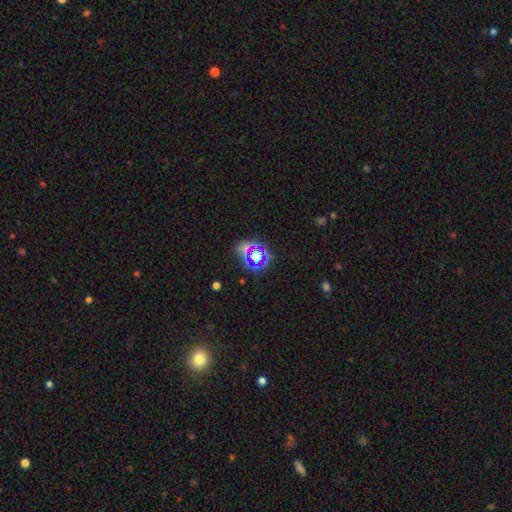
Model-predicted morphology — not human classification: Smooth or featured? star or artifact (61%)